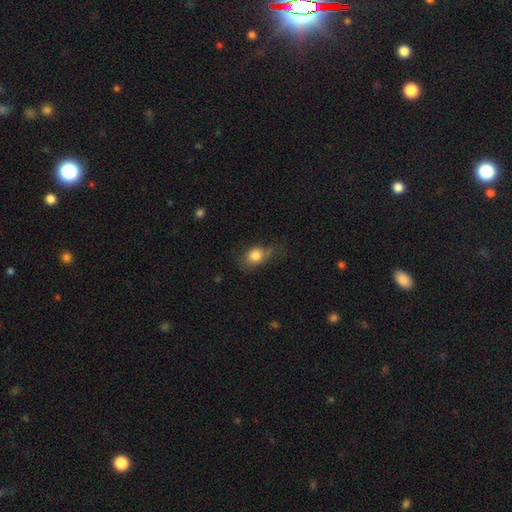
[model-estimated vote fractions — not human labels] Overall: smooth (81%). How rounded: in between (61%; round 37%). Merging: none (50%; minor disturbance 31%).